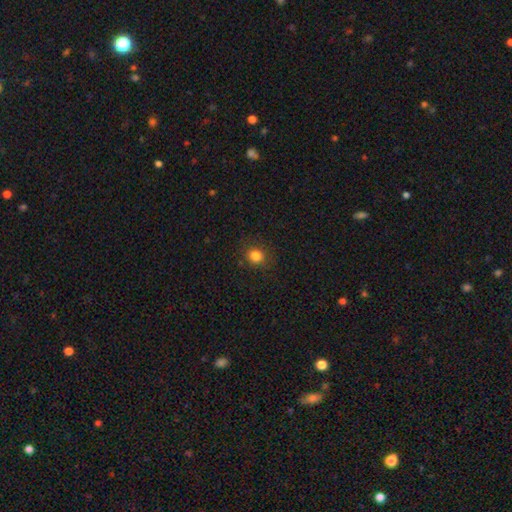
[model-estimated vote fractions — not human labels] Smooth or featured? smooth (82%)
How rounded? round (79%)
Merging? none (85%)